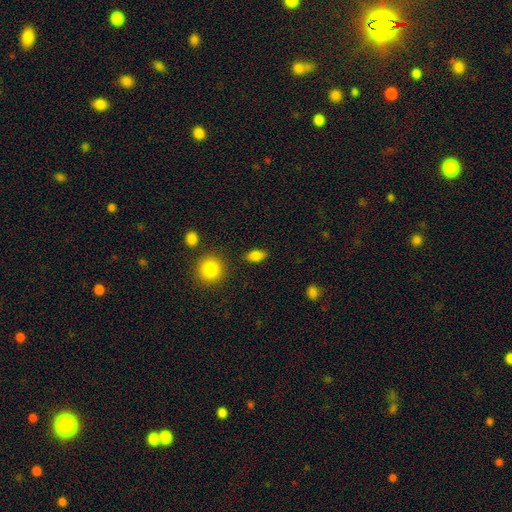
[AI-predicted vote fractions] smooth-or-featured: smooth: 84% | star or artifact: 10% | featured or disk: 6%
  how-rounded: in between: 85% | round: 11% | cigar-shaped: 4%
  merging: none: 85% | minor disturbance: 10% | major disturbance: 3% | merger: 2%